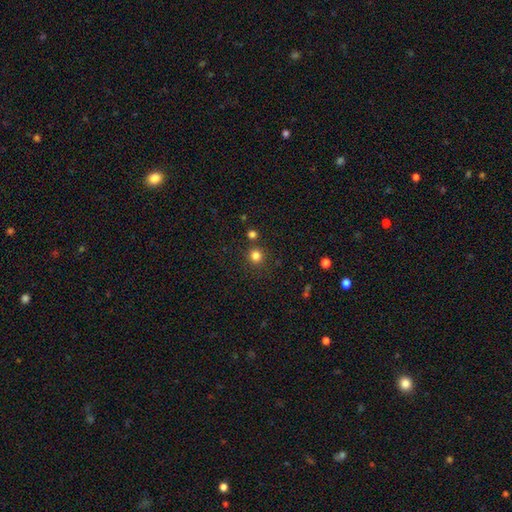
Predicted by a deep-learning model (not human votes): A smooth galaxy with no disk features (81%) that is round (92%). Merging: none (83%).